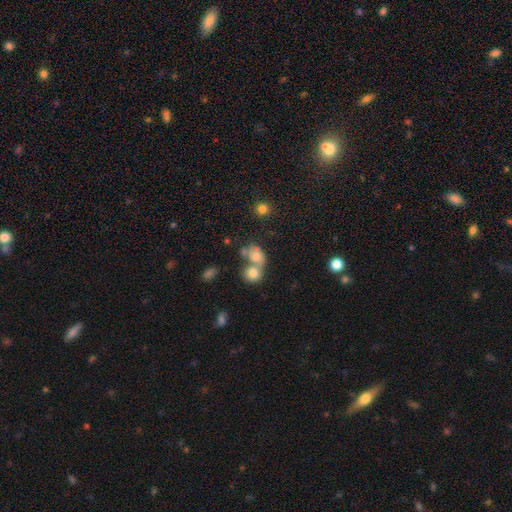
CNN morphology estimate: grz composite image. It shows a smooth galaxy with no disk features (73%) that is round (51%). Merging: merger (64%).